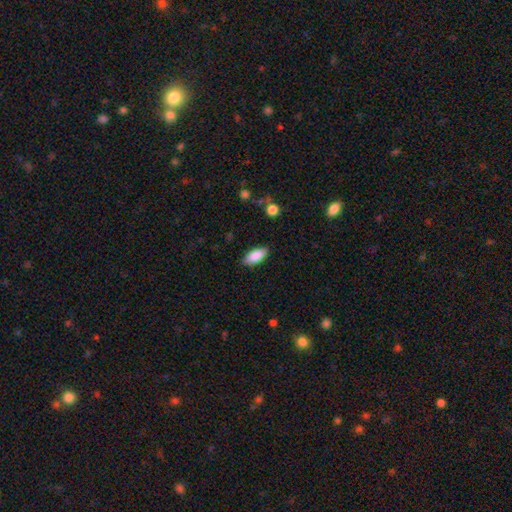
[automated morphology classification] This appears to be a smooth galaxy with no disk features (86%) that is in between round and cigar-shaped (86%). Merging: none (84%).